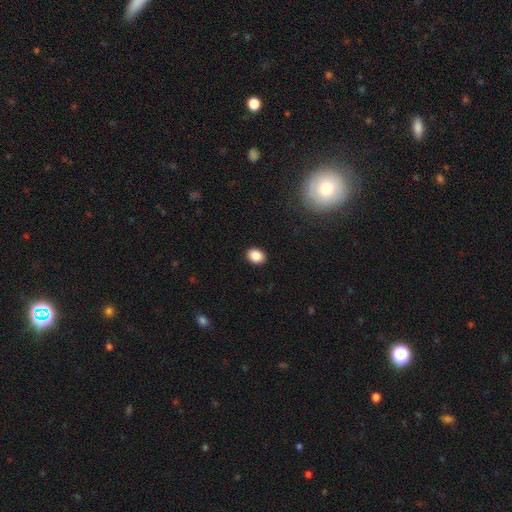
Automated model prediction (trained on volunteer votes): This appears to be a smooth galaxy with no disk features (87%) that is in between round and cigar-shaped (52%). Merging: none (91%).